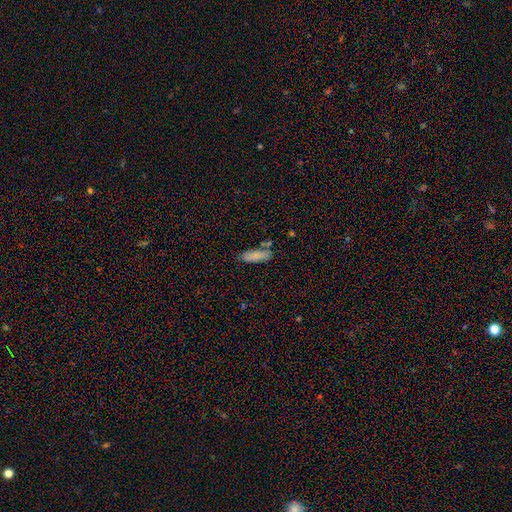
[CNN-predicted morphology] Q: Smooth or featured?
A: smooth (83%); runner-up: featured or disk (9%)
Q: How rounded?
A: in between (57%); runner-up: cigar-shaped (41%)
Q: Merging?
A: none (72%); runner-up: minor disturbance (17%)